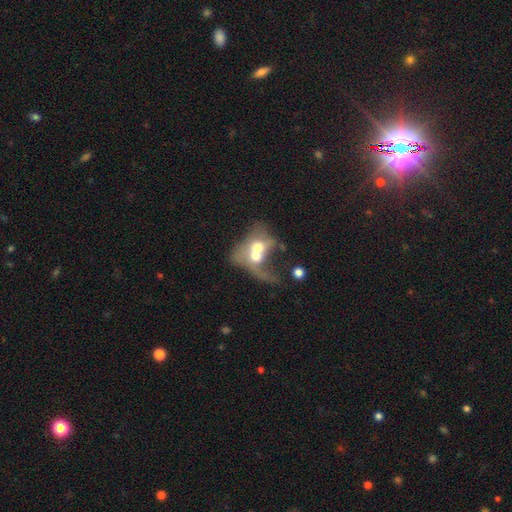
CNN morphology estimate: This is possibly a smooth galaxy (50%). Merging: likely merger (76%).